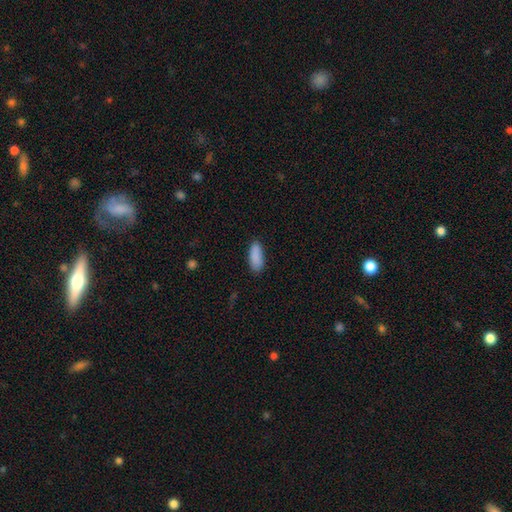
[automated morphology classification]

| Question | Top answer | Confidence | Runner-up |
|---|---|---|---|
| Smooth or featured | smooth | 89% | star or artifact (7%) |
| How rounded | in between | 79% | cigar-shaped (20%) |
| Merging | none | 83% | minor disturbance (13%) |